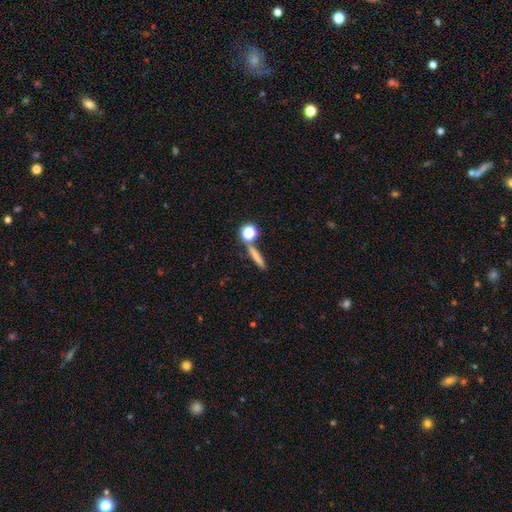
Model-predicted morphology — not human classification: smooth 71%, featured or disk 16%, star or artifact 12%. Down the decision tree: how rounded — cigar-shaped (77%); merging — none (75%).